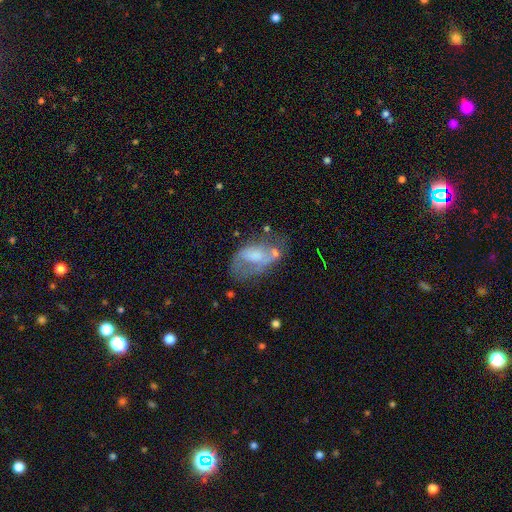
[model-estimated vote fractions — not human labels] A featured or disk galaxy (54%) with no bar (69%), no spiral arms (58%) and a moderate central bulge (31%). Merging: none (32%).